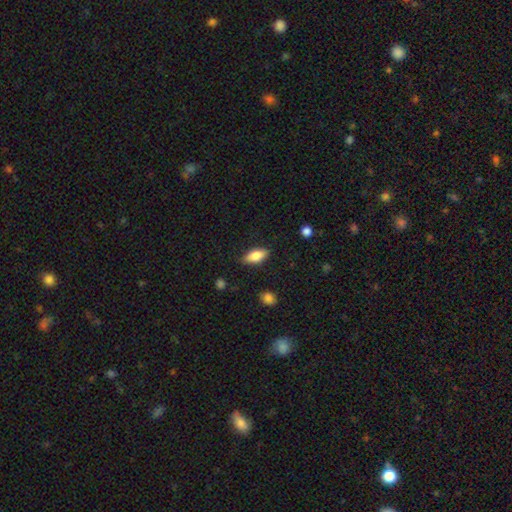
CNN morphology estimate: Smooth or featured: smooth — 80% (featured or disk — 13%)
How rounded: in between — 84% (cigar-shaped — 13%)
Merging: none — 83% (minor disturbance — 13%)